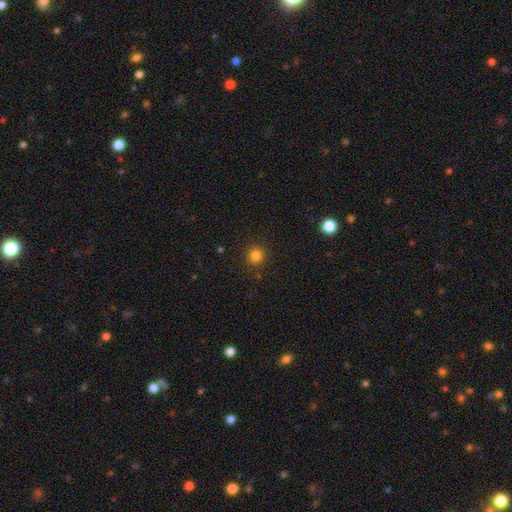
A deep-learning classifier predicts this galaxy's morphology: smooth_or_featured: smooth (p=0.82) [alt: star or artifact p=0.13]
how_rounded: round (p=0.91) [alt: in between p=0.08]
merging: none (p=0.90) [alt: minor disturbance p=0.06]